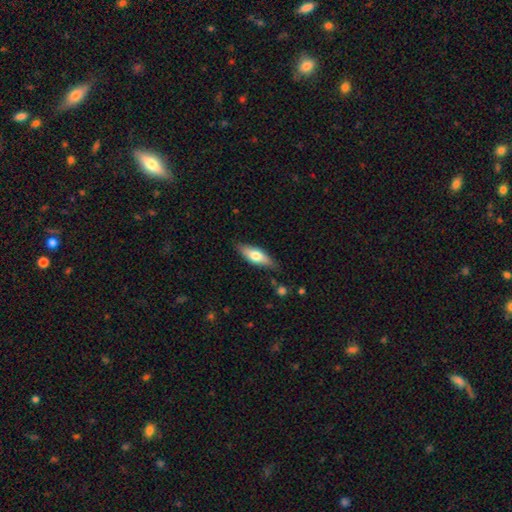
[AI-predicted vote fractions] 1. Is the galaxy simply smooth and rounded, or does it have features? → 64% smooth, 30% featured or disk, 6% star or artifact.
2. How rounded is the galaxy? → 63% in between, 35% cigar-shaped, 2% round.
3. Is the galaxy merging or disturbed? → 81% none, 15% minor disturbance, 3% major disturbance, 2% merger.